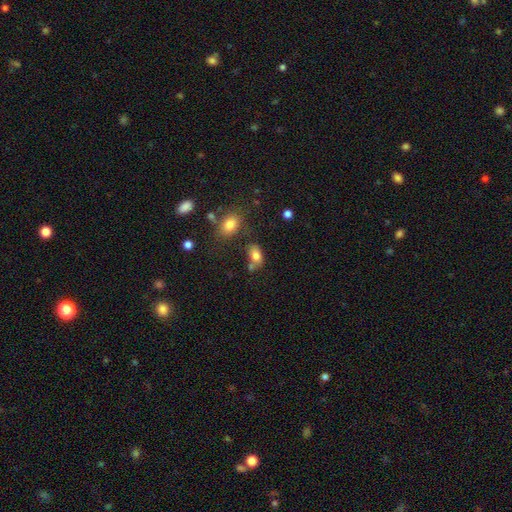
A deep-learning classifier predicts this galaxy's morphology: smooth_or_featured: smooth (p=0.80) [alt: star or artifact p=0.11]
how_rounded: in between (p=0.85) [alt: round p=0.13]
merging: none (p=0.57) [alt: merger p=0.19]